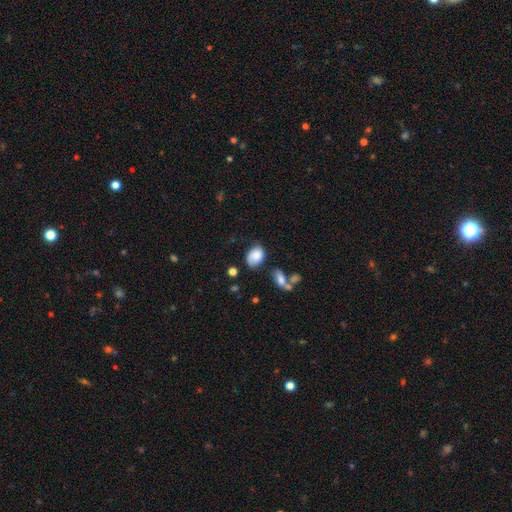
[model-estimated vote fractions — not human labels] Smooth or featured? smooth (73%)
How rounded? in between (77%)
Merging? none (48%)